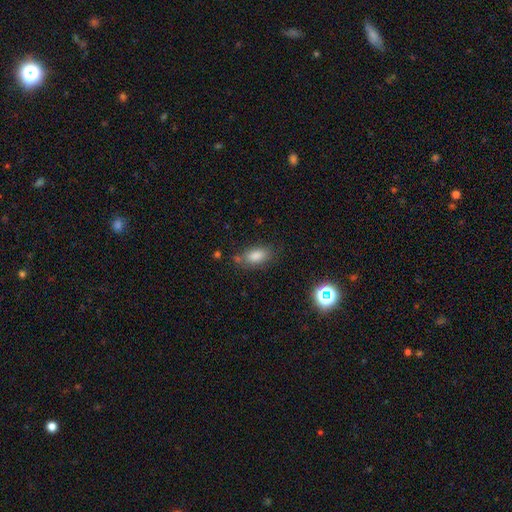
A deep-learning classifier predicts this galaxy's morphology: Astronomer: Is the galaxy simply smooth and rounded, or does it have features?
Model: smooth — 81%.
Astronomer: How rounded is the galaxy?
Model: in between — 87%.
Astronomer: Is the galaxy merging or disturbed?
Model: none — 74%.